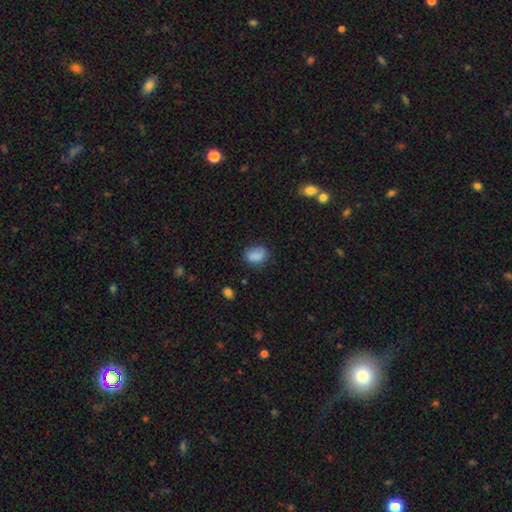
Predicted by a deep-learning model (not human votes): Q: Smooth or featured?
A: smooth (83%); runner-up: star or artifact (10%)
Q: How rounded?
A: in between (71%); runner-up: round (27%)
Q: Merging?
A: none (65%); runner-up: minor disturbance (25%)